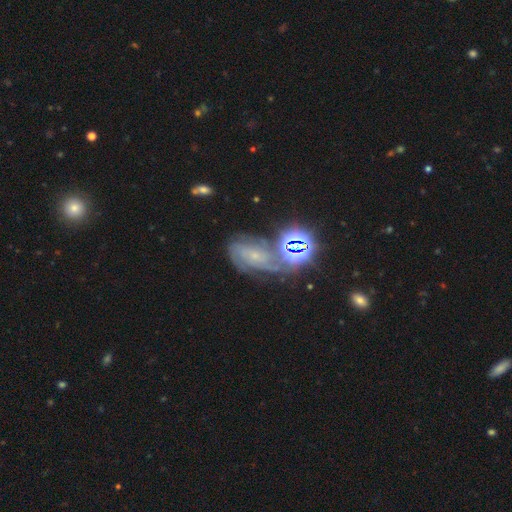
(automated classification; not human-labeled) Q: Smooth or featured?
A: featured or disk (55%); runner-up: star or artifact (30%)
Q: Edge-on disk?
A: no (96%); runner-up: yes (4%)
Q: Bar?
A: no (59%); runner-up: weak (30%)
Q: Spiral arms?
A: yes (91%); runner-up: no (9%)
Q: Bulge size?
A: small (78%); runner-up: moderate (15%)
Q: Merging?
A: none (52%); runner-up: minor disturbance (21%)